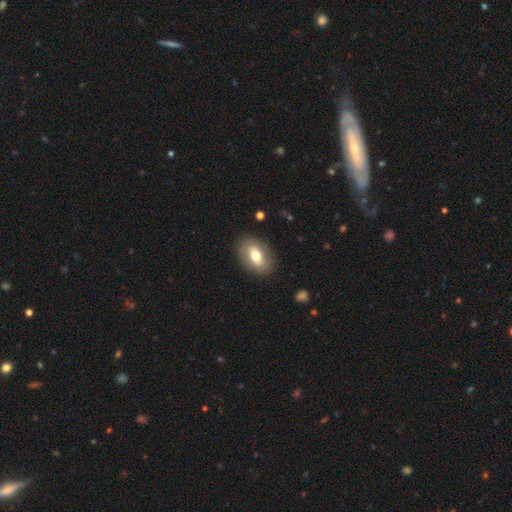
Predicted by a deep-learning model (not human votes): Morphology: type=smooth (62%); roundness=in between (86%); merging=none (86%).